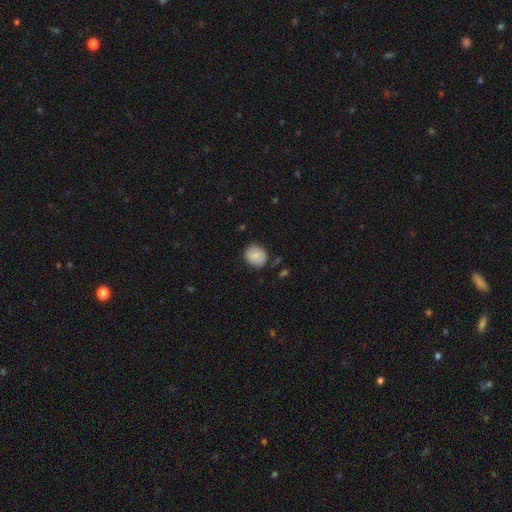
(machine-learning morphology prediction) Smooth or featured: smooth — 78% (featured or disk — 14%)
How rounded: round — 75% (in between — 24%)
Merging: none — 77% (minor disturbance — 18%)